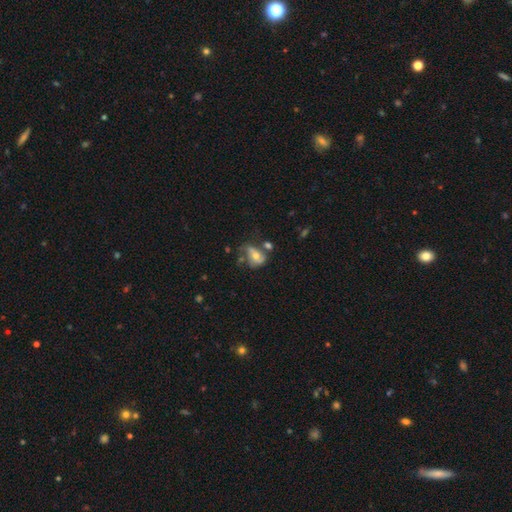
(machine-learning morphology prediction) Overall: smooth (48%; featured or disk 43%). Merging: none (31%; minor disturbance 25%).